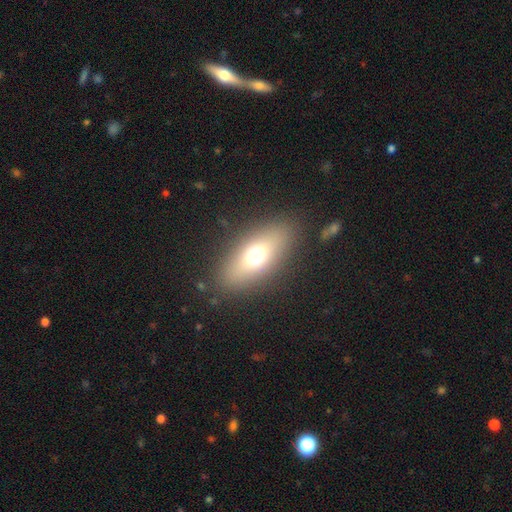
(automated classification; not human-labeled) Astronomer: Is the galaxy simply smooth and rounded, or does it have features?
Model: smooth — 66%.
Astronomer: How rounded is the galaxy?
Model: in between — 76%.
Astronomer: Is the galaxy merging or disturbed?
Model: none — 86%.